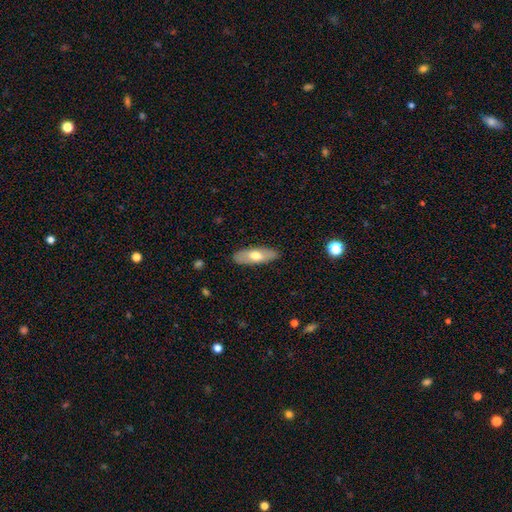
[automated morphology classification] Overall: smooth (63%; featured or disk 32%). How rounded: in between (63%; cigar-shaped 35%). Merging: none (88%).